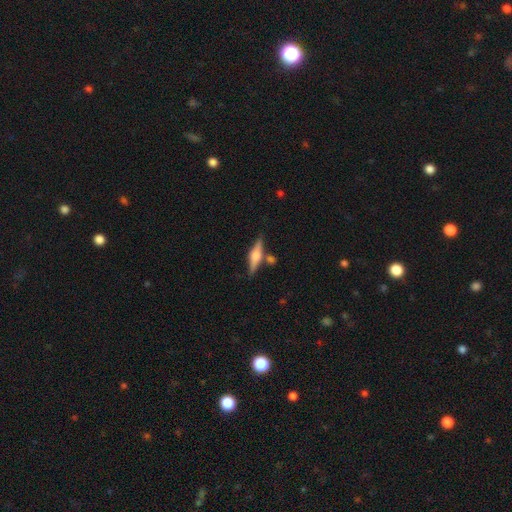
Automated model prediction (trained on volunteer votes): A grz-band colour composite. It shows a featured or disk galaxy (66%) viewed edge-on (96%) with a rounded central bulge (87%). Merging: none (77%).